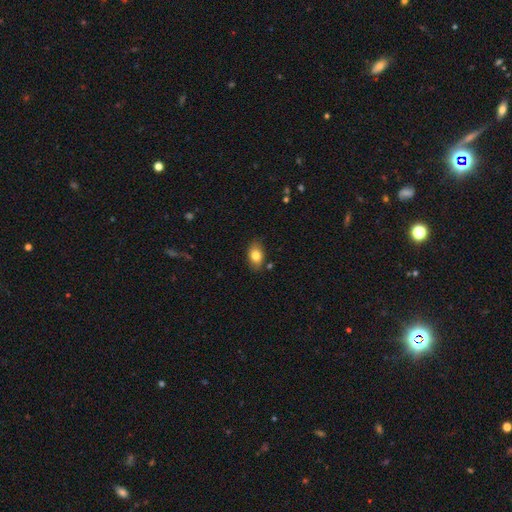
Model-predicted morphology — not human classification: A smooth galaxy with no disk features (81%) that is in between round and cigar-shaped (84%).

Vote fractions:
- Smooth or featured? smooth: 81% / featured or disk: 11% / star or artifact: 8%
- How rounded? in between: 84% / round: 14% / cigar-shaped: 2%
- Merging? none: 81% / minor disturbance: 14% / major disturbance: 3% / merger: 2%